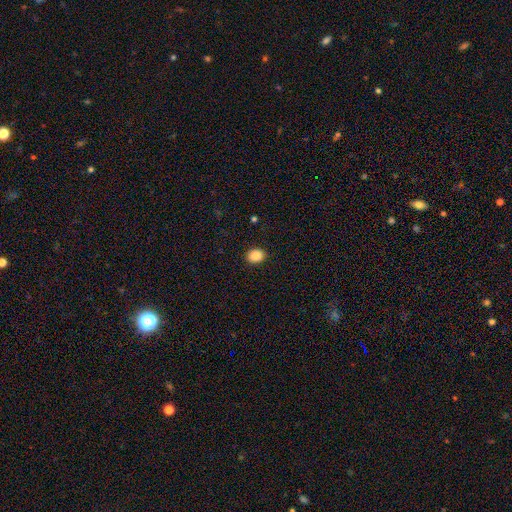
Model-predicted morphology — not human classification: This appears to be a smooth galaxy with no disk features (89%) that is in between round and cigar-shaped (53%). Merging: none (90%).